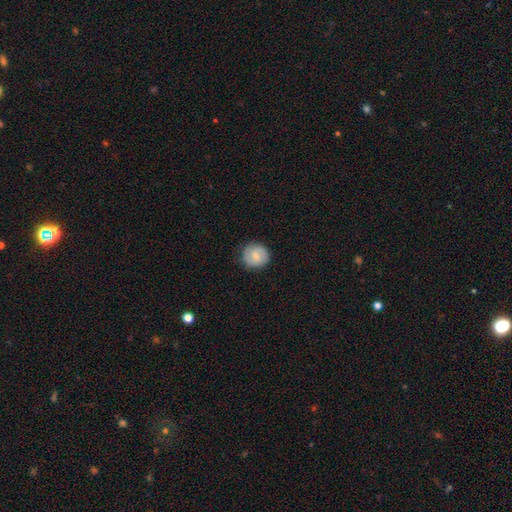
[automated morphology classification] This is likely a smooth galaxy (63%). How rounded: clearly round (89%). Merging: clearly none (82%).